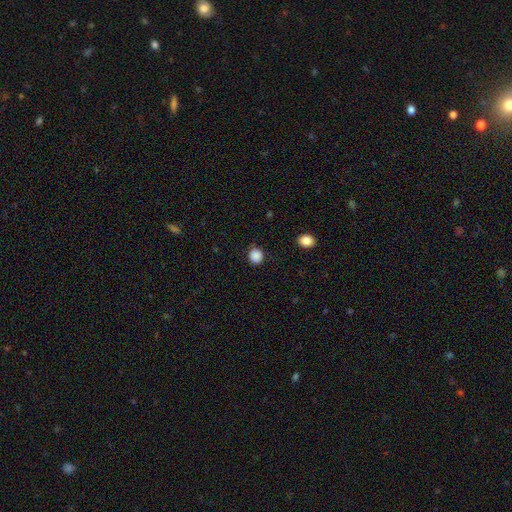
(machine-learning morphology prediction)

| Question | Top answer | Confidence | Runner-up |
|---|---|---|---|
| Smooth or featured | smooth | 88% | star or artifact (10%) |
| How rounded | round | 84% | in between (15%) |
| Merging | none | 85% | minor disturbance (11%) |